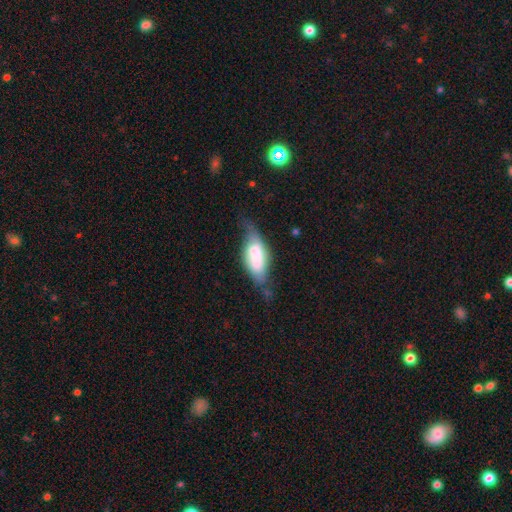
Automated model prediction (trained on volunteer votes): smooth-or-featured: smooth: 62% | featured or disk: 31% | star or artifact: 7%
  how-rounded: in between: 80% | cigar-shaped: 18% | round: 3%
  merging: none: 39% | minor disturbance: 34% | major disturbance: 20% | merger: 7%